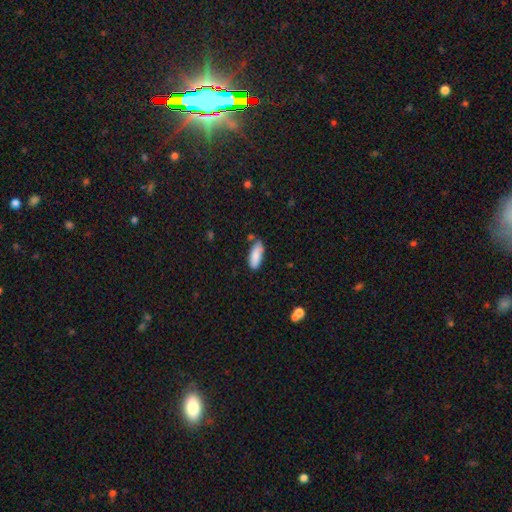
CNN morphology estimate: Smooth or featured?
  - smooth: 86% *
  - featured or disk: 8%
  - star or artifact: 6%
How rounded?
  - in between: 72% *
  - cigar-shaped: 27%
  - round: 2%
Merging?
  - none: 68% *
  - minor disturbance: 22%
  - merger: 6%
  - major disturbance: 4%